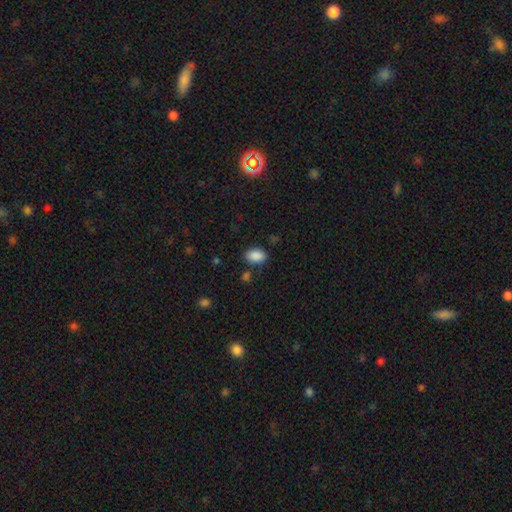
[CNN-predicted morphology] This is clearly a smooth galaxy (88%). How rounded: clearly in between (86%). Merging: clearly none (80%).